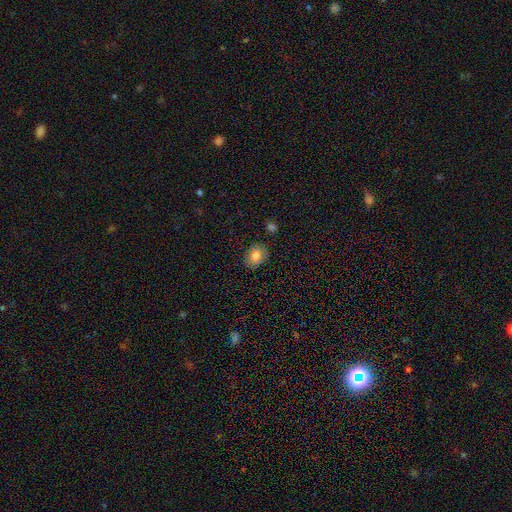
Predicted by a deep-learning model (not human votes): smooth 79%, featured or disk 12%, star or artifact 9%. Down the decision tree: how rounded — in between (62%); merging — none (83%).